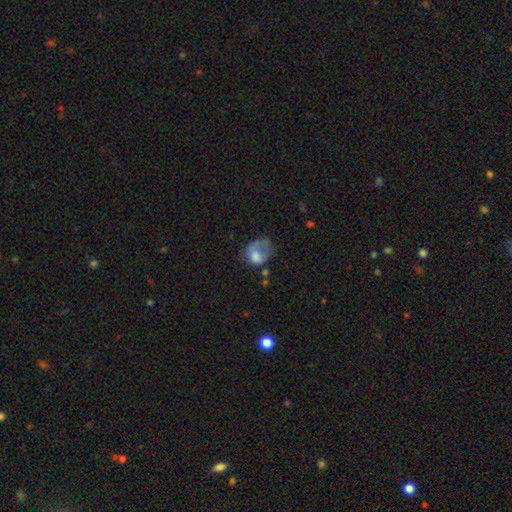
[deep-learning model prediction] Smooth or featured? Predicted: smooth (p=0.60). How rounded? Predicted: in between (p=0.56). Merging? Predicted: major disturbance (p=0.48).